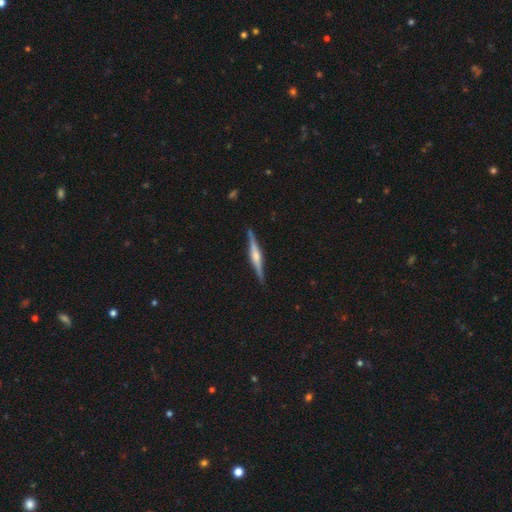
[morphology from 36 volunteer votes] A featured or disk galaxy (75%) viewed edge-on (100%) with a rounded central bulge (89%).

Vote fractions:
- Smooth or featured? featured or disk: 75% / smooth: 19% / star or artifact: 6%
- Edge-on disk? yes: 100% / no: 0%
- Edge-on bulge? rounded: 89% / boxy: 7% / none: 4%
- Merging? none: 94% / minor disturbance: 6% / major disturbance: 0% / merger: 0%